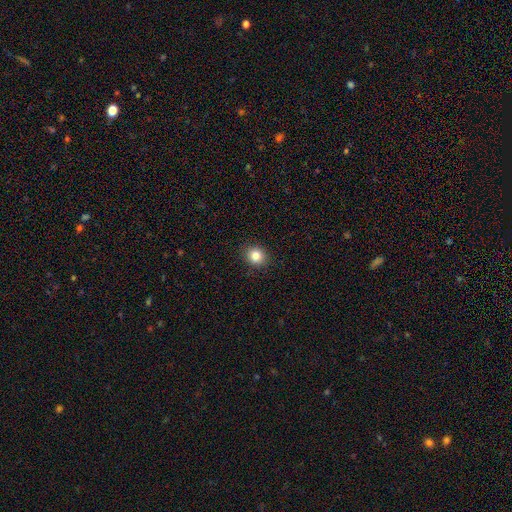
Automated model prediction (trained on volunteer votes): The model was most divided on "how rounded": round: 74%, in between: 26%, cigar-shaped: 1%. More confident: merging — none (91%); smooth or featured — smooth (83%).